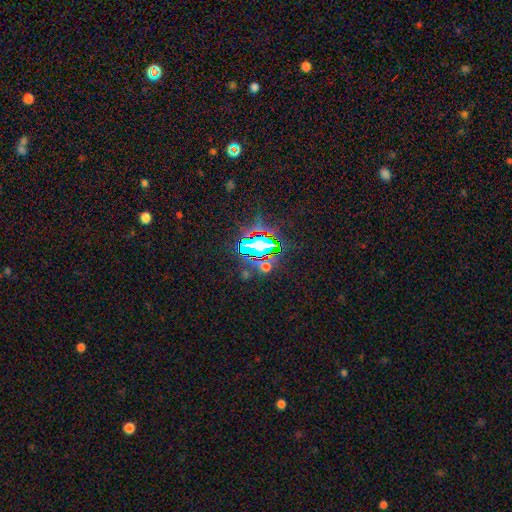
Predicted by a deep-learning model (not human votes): smooth-or-featured: star or artifact: 81% | smooth: 12% | featured or disk: 8%